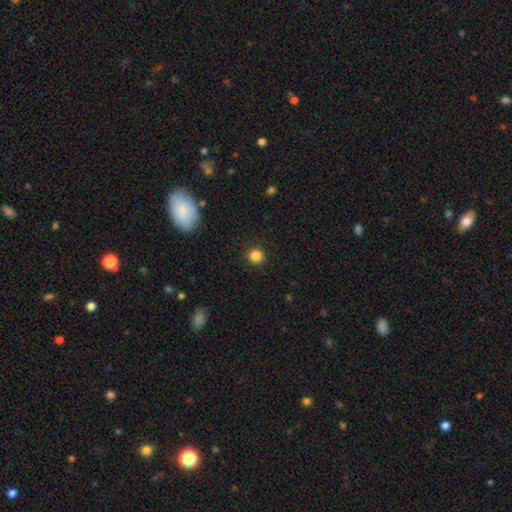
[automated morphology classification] Smooth or featured? smooth (84%)
How rounded? round (94%)
Merging? none (91%)